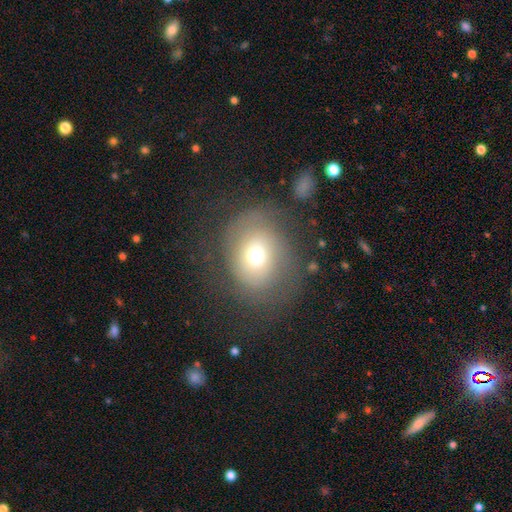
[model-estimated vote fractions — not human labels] This appears to be a smooth galaxy with no disk features (58%) that is round (63%). Merging: none (56%).